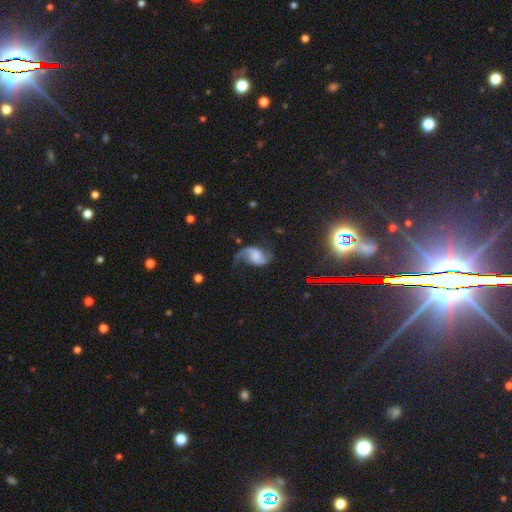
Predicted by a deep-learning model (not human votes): Morphology: type=featured or disk (81%); edge-on=no (97%); bar=no (54%); spiral arms=yes (95%); winding=loose (72%); arm count=2 (84%); bulge=none (35%); merging=none (60%).